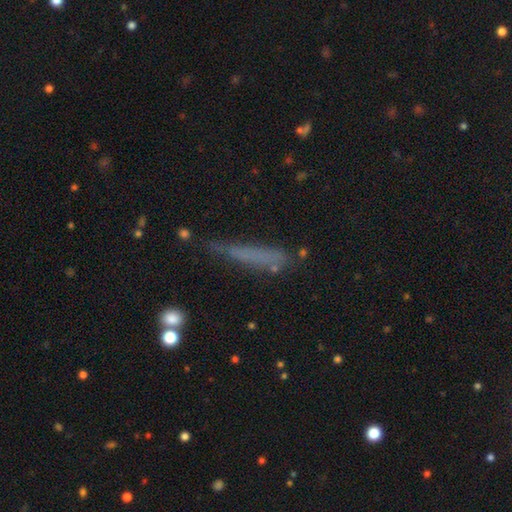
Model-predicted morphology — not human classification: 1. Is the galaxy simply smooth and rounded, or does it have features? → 57% smooth, 28% featured or disk, 15% star or artifact.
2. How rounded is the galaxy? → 88% cigar-shaped, 10% in between, 2% round.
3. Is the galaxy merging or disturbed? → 50% none, 29% minor disturbance, 16% major disturbance, 6% merger.